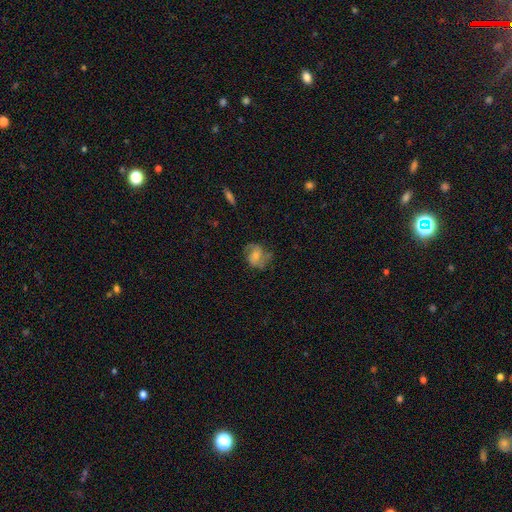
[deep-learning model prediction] Overall: featured or disk (66%). Edge-on disk: no (97%). Bar: no (53%; weak 38%). Spiral arms: yes (91%). Spiral arm count: 2 (76%). Spiral winding: medium (48%; tight 30%). Bulge size: moderate (45%; small 44%). Merging: none (71%).